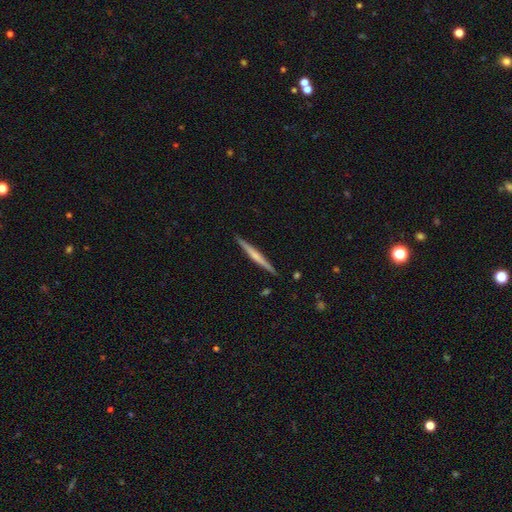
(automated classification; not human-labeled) A featured or disk galaxy (54%) viewed edge-on (98%) with no central bulge (57%).

Vote fractions:
- Smooth or featured? featured or disk: 54% / smooth: 40% / star or artifact: 5%
- Edge-on disk? yes: 98% / no: 2%
- Edge-on bulge? none: 57% / rounded: 34% / boxy: 10%
- Merging? none: 92% / minor disturbance: 6% / merger: 1% / major disturbance: 1%